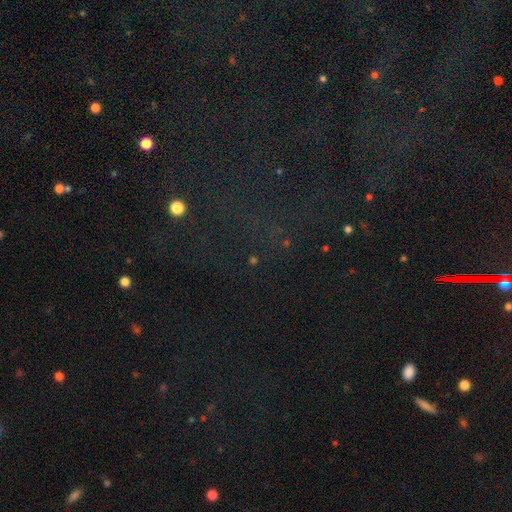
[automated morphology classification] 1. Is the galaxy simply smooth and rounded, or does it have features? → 75% star or artifact, 16% smooth, 9% featured or disk.